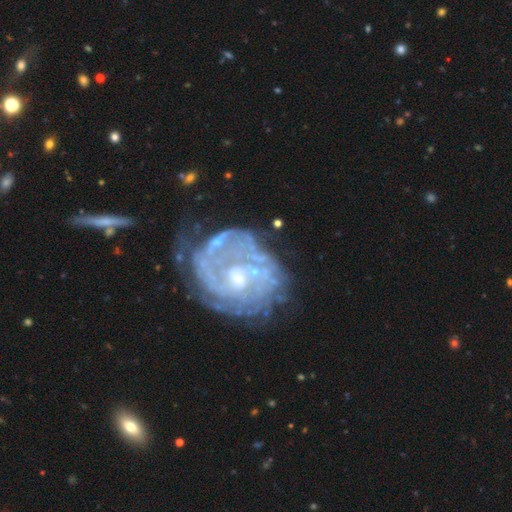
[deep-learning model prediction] smooth_or_featured: featured or disk (p=0.81) [alt: smooth p=0.10]
disk_edge_on: no (p=0.97) [alt: yes p=0.03]
bar: no (p=0.66) [alt: weak p=0.28]
has_spiral_arms: yes (p=0.78) [alt: no p=0.22]
spiral_winding: tight (p=0.63) [alt: medium p=0.26]
spiral_arm_count: can't tell (p=0.49) [alt: 2 p=0.19]
bulge_size: moderate (p=0.44) [alt: small p=0.43]
merging: none (p=0.46) [alt: minor disturbance p=0.23]